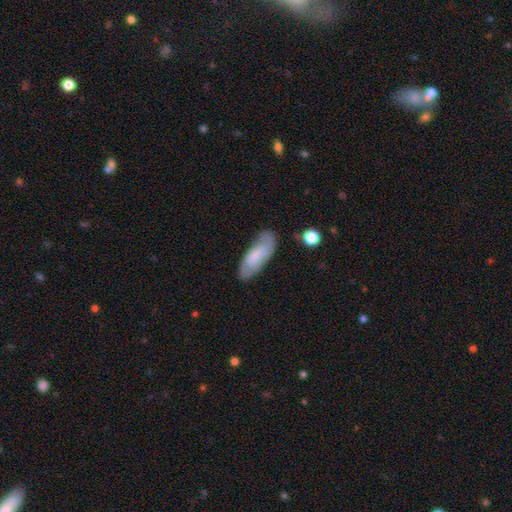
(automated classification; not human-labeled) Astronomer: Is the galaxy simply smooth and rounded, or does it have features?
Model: smooth — 58% (runner-up: featured or disk, 35%).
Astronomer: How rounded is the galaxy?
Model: in between — 72%.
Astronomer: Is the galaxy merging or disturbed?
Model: none — 75%.